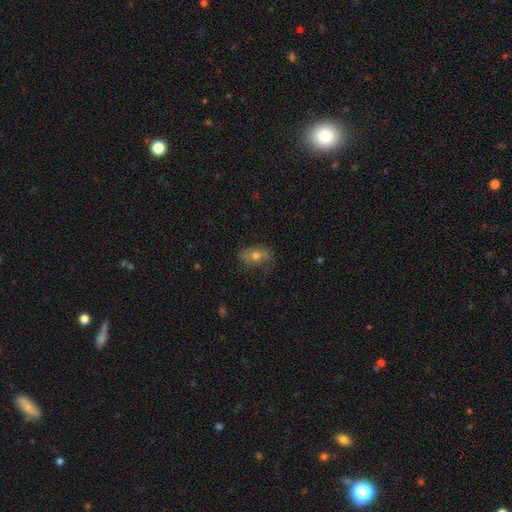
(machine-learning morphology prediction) Smooth or featured? smooth (54%)
How rounded? in between (80%)
Merging? none (74%)